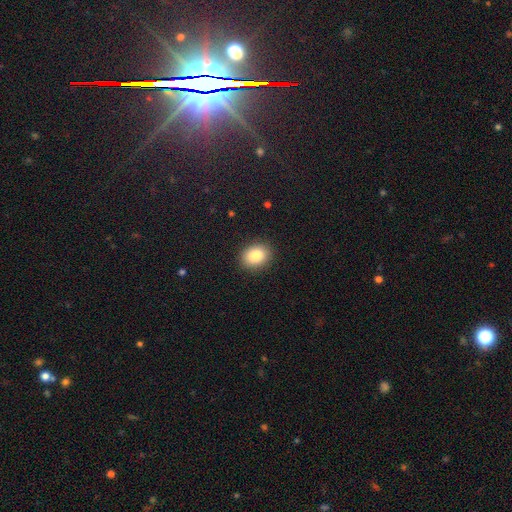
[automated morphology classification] This appears to be a smooth galaxy with no disk features (86%) that is in between round and cigar-shaped (61%). Merging: none (88%).